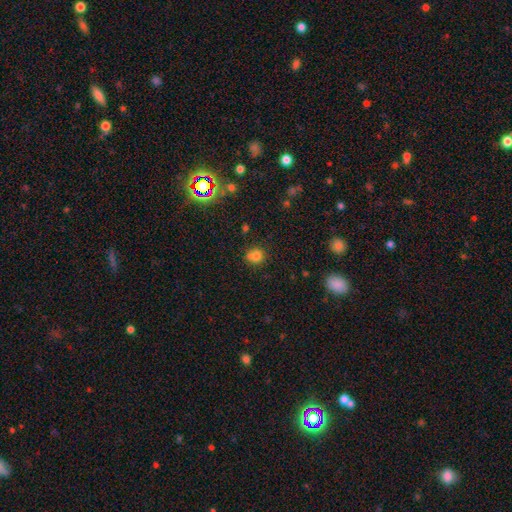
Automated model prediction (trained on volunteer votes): Smooth or featured? Predicted: smooth (p=0.74). How rounded? Predicted: round (p=0.81). Merging? Predicted: none (p=0.56).